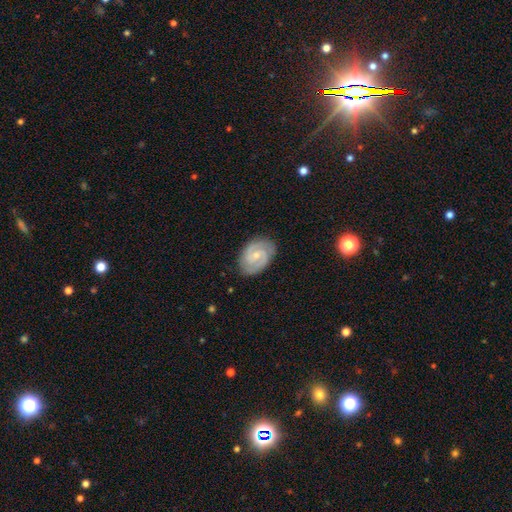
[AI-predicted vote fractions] featured or disk 84%, smooth 12%, star or artifact 5%. Down the decision tree: edge-on disk — no (97%); bar — weak (47%); spiral arms — yes (96%); spiral arm count — 2 (87%); spiral winding — tight (50%); bulge size — small (62%); merging — none (83%).